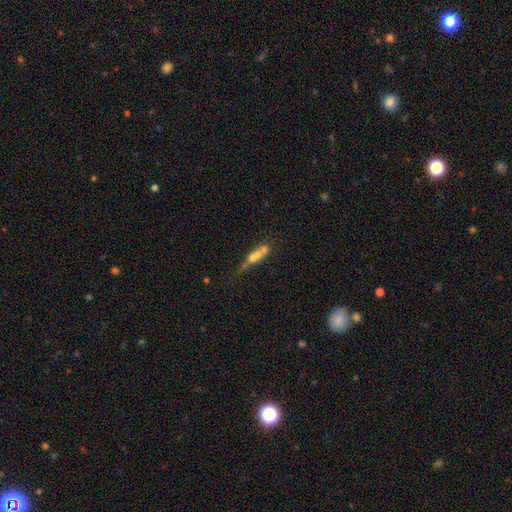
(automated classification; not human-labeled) Smooth or featured?
  - smooth: 45% *
  - featured or disk: 43%
  - star or artifact: 12%
Merging?
  - merger: 49% *
  - none: 26%
  - minor disturbance: 12%
  - major disturbance: 12%